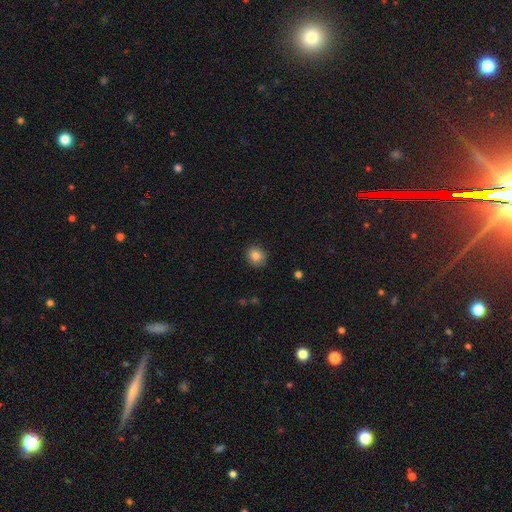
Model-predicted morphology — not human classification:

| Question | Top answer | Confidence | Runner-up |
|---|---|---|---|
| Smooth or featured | smooth | 83% | star or artifact (10%) |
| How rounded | round | 79% | in between (20%) |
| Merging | none | 89% | minor disturbance (8%) |